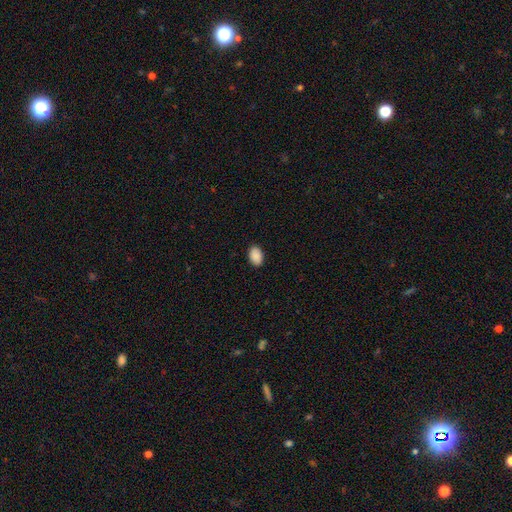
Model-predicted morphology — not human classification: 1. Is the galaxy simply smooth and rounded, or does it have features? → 90% smooth, 7% star or artifact, 3% featured or disk.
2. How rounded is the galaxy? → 87% in between, 12% round, 1% cigar-shaped.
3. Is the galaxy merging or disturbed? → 89% none, 8% minor disturbance, 2% major disturbance, 1% merger.